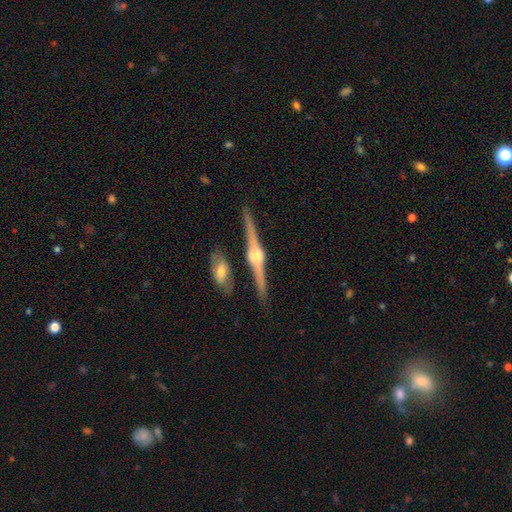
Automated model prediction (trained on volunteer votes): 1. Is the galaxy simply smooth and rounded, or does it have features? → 88% featured or disk, 8% smooth, 5% star or artifact.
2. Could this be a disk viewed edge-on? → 98% yes, 2% no.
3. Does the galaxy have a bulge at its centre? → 93% rounded, 5% boxy, 2% none.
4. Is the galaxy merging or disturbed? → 83% none, 8% minor disturbance, 7% merger, 2% major disturbance.